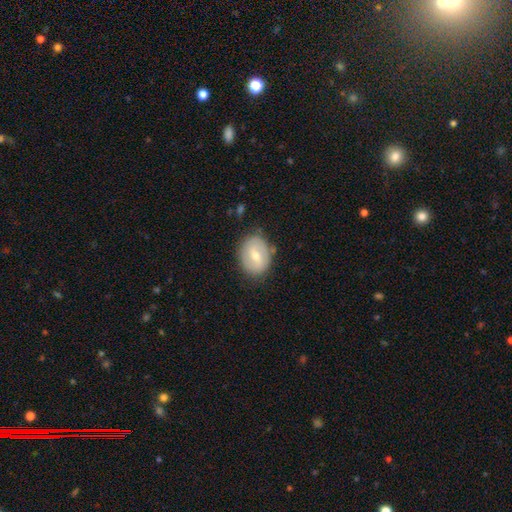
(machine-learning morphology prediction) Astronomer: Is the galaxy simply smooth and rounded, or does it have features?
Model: smooth — 54% (runner-up: featured or disk, 39%).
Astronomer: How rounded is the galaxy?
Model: in between — 52% (runner-up: round, 47%).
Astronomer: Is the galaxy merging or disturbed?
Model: none — 76%.